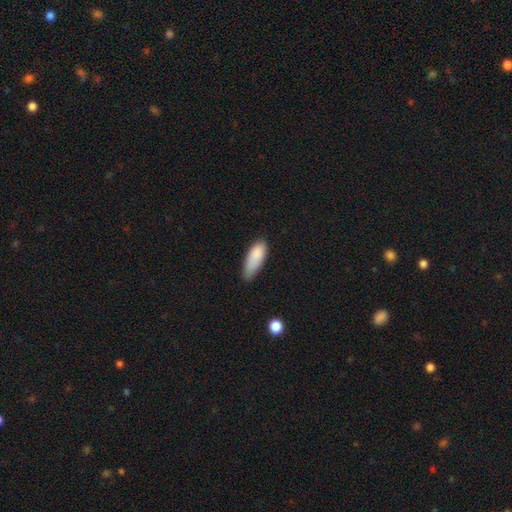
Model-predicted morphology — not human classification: A smooth galaxy with no disk features (86%) that is in between round and cigar-shaped (73%). Merging: none (50%).